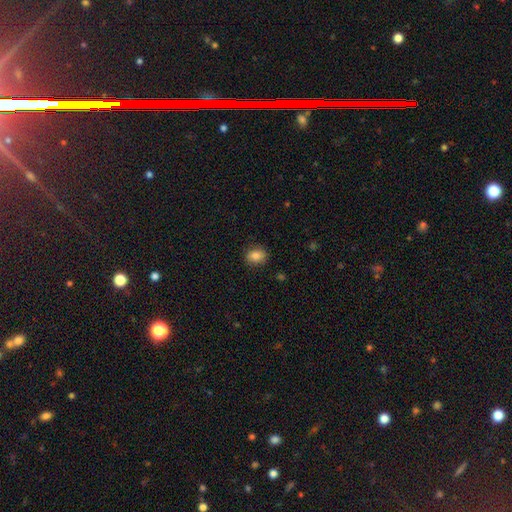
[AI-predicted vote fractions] Overall: smooth (83%). How rounded: in between (52%; round 47%). Merging: none (86%).